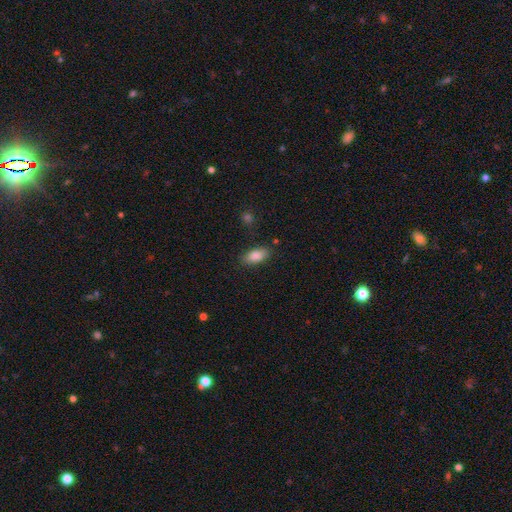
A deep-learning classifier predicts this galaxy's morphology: Smooth or featured? Predicted: smooth (p=0.87). How rounded? Predicted: in between (p=0.89). Merging? Predicted: none (p=0.83).